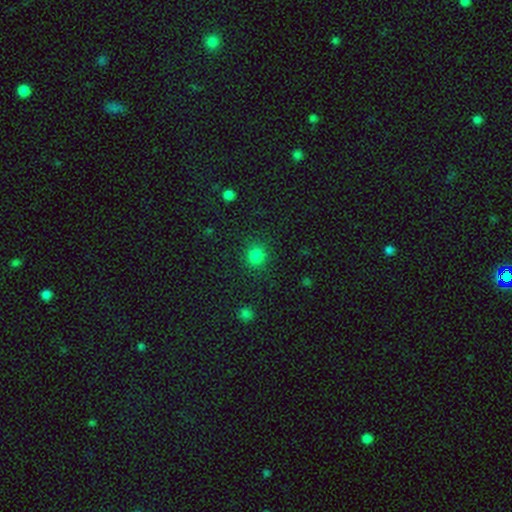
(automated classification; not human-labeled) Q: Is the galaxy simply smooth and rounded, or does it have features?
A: smooth — 81%.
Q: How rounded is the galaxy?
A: round — 89%.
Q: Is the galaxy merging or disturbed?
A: none — 87%.